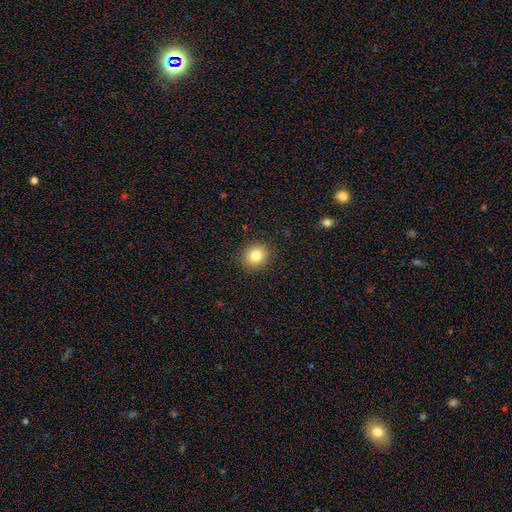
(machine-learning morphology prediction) Overall: smooth (81%). How rounded: round (82%). Merging: none (90%).